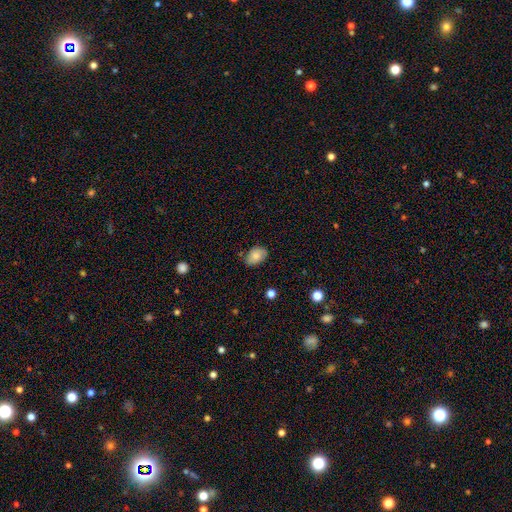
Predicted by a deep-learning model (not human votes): A smooth galaxy with no disk features (81%) that is in between round and cigar-shaped (84%).

Vote fractions:
- Smooth or featured? smooth: 81% / featured or disk: 11% / star or artifact: 8%
- How rounded? in between: 84% / round: 15% / cigar-shaped: 1%
- Merging? none: 77% / minor disturbance: 18% / major disturbance: 3% / merger: 2%